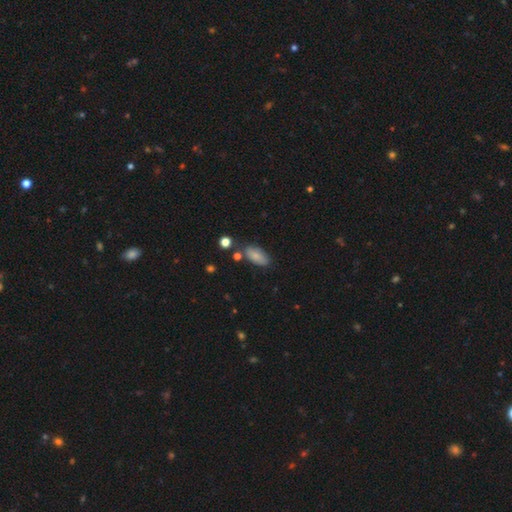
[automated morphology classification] A smooth galaxy with no disk features (82%) that is in between round and cigar-shaped (89%).

Vote fractions:
- Smooth or featured? smooth: 82% / featured or disk: 10% / star or artifact: 8%
- How rounded? in between: 89% / cigar-shaped: 8% / round: 3%
- Merging? none: 73% / minor disturbance: 17% / merger: 6% / major disturbance: 4%